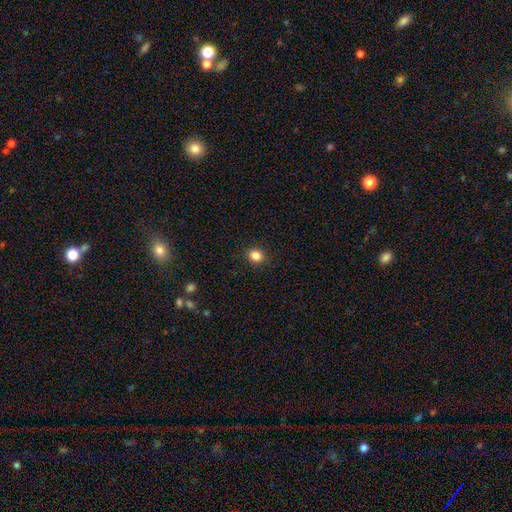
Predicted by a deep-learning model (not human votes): Morphology: type=smooth (84%); roundness=round (70%); merging=none (90%).